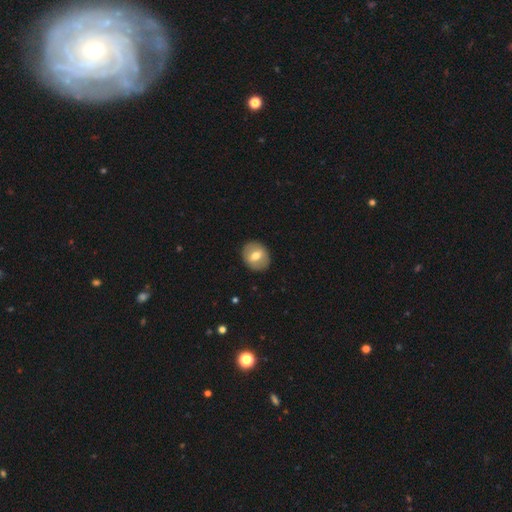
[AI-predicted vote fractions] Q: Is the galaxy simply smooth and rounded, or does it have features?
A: smooth — 58%.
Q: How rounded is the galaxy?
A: round — 70%.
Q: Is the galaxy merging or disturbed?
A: none — 89%.